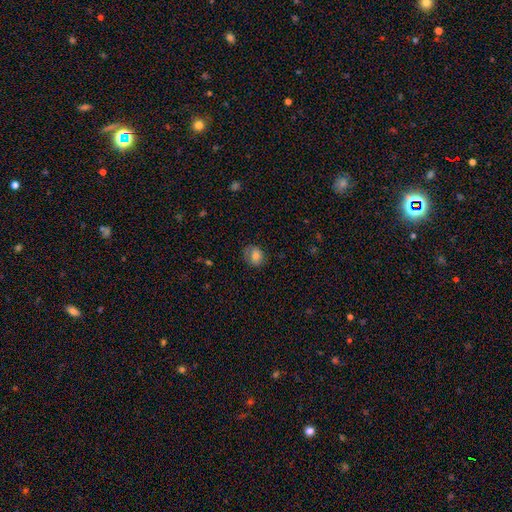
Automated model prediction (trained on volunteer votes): Smooth or featured?
  - smooth: 74% *
  - featured or disk: 16%
  - star or artifact: 10%
How rounded?
  - round: 64% *
  - in between: 35%
  - cigar-shaped: 1%
Merging?
  - none: 68% *
  - minor disturbance: 23%
  - major disturbance: 8%
  - merger: 1%